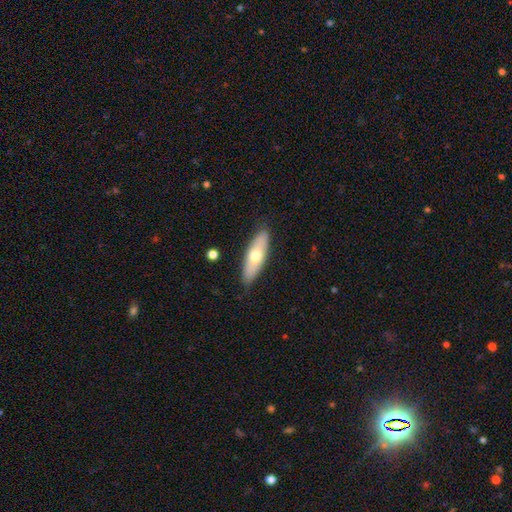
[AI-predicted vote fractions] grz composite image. It shows a smooth galaxy with no disk features (59%) that is in between round and cigar-shaped (50%). Merging: none (86%).